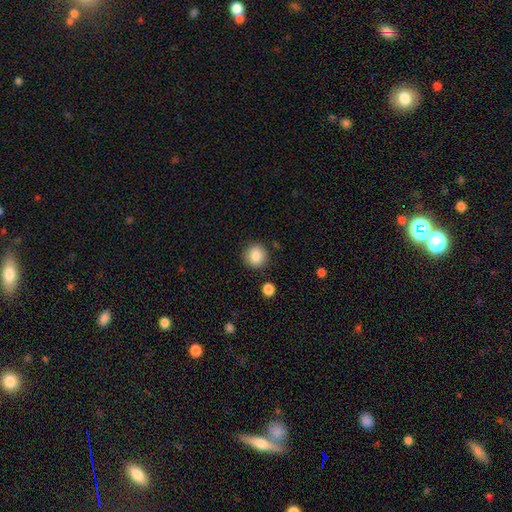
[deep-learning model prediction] Smooth or featured? Predicted: smooth (p=0.87). How rounded? Predicted: round (p=0.90). Merging? Predicted: none (p=0.87).